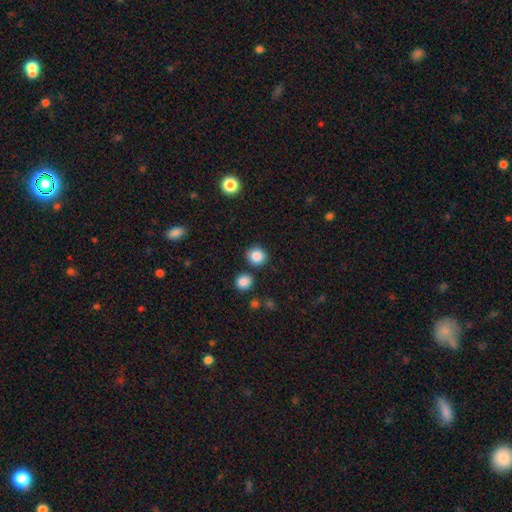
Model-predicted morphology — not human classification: This is clearly a smooth galaxy (86%). How rounded: clearly round (84%). Merging: clearly none (81%).